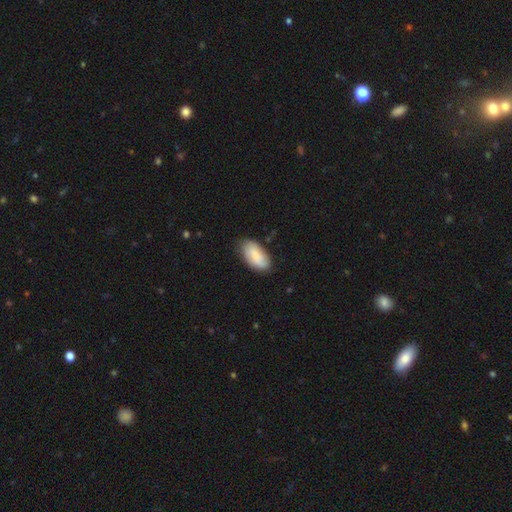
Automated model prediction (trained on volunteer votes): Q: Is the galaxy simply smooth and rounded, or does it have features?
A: smooth — 82%.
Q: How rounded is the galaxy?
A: in between — 94%.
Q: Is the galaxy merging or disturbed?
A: none — 74%.